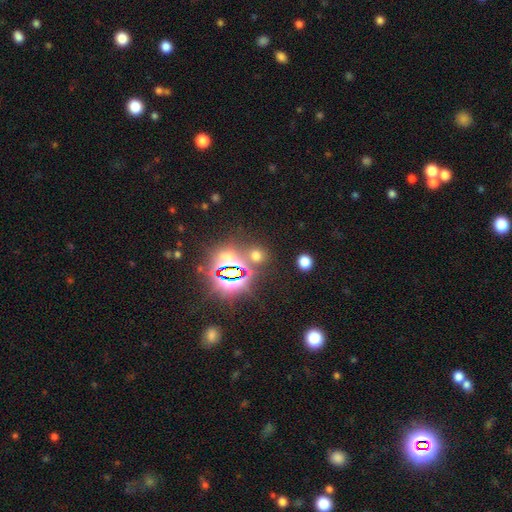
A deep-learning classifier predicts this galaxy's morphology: Overall: star or artifact (47%; smooth 46%).